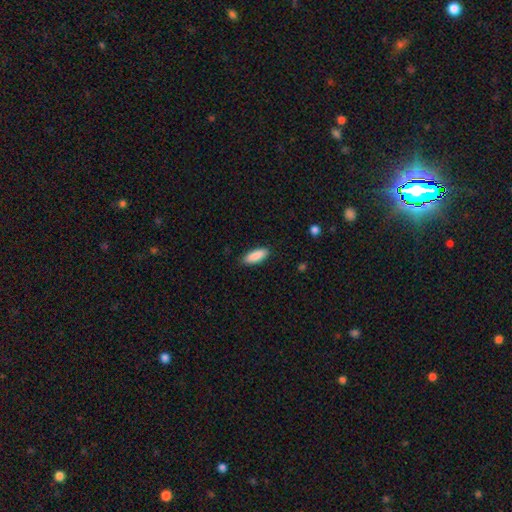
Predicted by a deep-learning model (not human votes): Smooth or featured? smooth (89%)
How rounded? in between (70%)
Merging? none (88%)